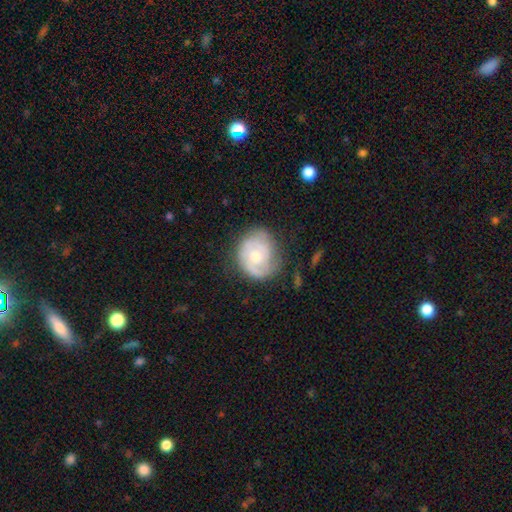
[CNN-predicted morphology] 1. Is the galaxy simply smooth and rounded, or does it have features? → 66% featured or disk, 28% smooth, 6% star or artifact.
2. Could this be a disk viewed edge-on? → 97% no, 3% yes.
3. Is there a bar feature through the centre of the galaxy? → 75% no, 22% weak, 3% strong.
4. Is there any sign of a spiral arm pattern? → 82% yes, 18% no.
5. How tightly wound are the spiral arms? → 50% tight, 35% medium, 15% loose.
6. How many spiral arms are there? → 47% 2, 25% can't tell, 16% 1, 8% 3, 2% 4, 2% more than 4.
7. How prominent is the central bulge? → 59% moderate, 34% small, 4% large, 2% none, 1% dominant.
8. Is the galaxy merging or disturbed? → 66% none, 23% minor disturbance, 9% major disturbance, 2% merger.